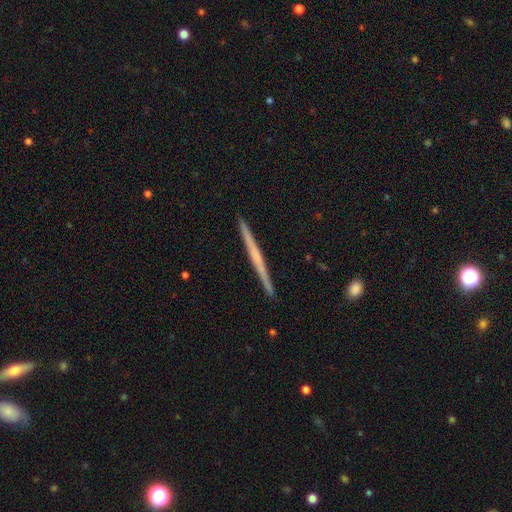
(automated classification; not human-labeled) A featured or disk galaxy (61%) viewed edge-on (98%) with no central bulge (77%). Merging: none (93%).